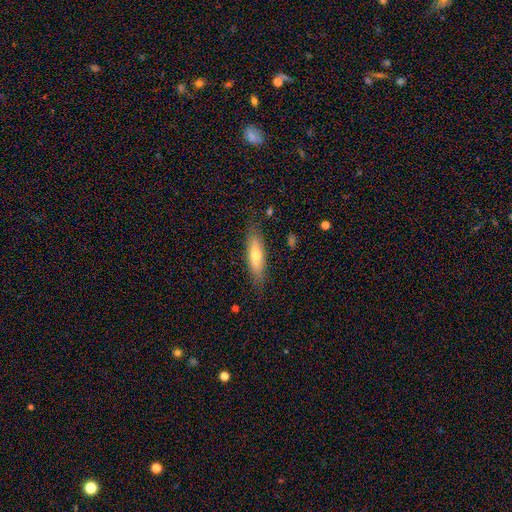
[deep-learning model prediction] smooth 59%, featured or disk 34%, star or artifact 6%. Down the decision tree: how rounded — cigar-shaped (62%); merging — none (82%).